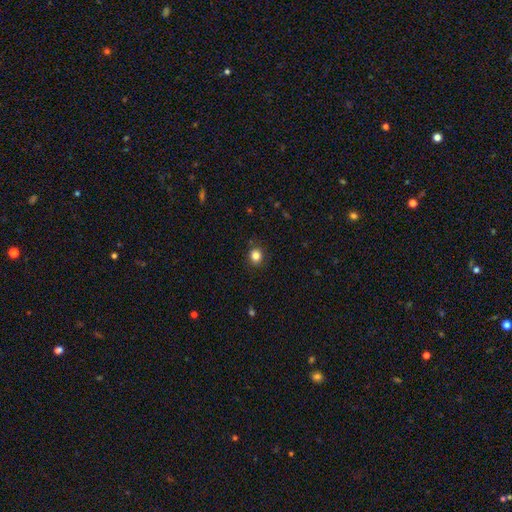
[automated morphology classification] A smooth galaxy with no disk features (84%) that is round (78%).

Vote fractions:
- Smooth or featured? smooth: 84% / star or artifact: 11% / featured or disk: 5%
- How rounded? round: 78% / in between: 22% / cigar-shaped: 1%
- Merging? none: 88% / minor disturbance: 9% / major disturbance: 2% / merger: 1%